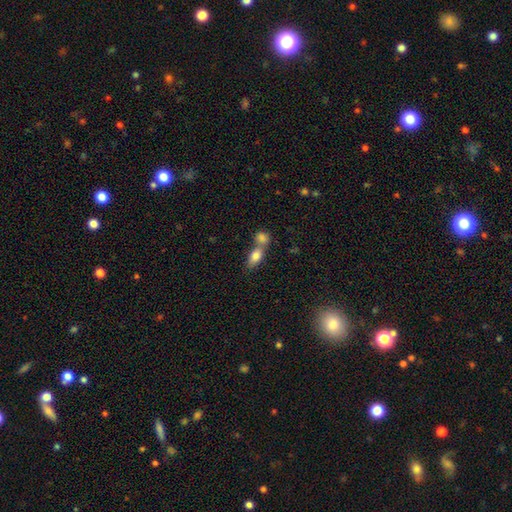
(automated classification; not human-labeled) Q: Smooth or featured?
A: smooth (81%); runner-up: featured or disk (12%)
Q: How rounded?
A: in between (82%); runner-up: round (11%)
Q: Merging?
A: merger (55%); runner-up: none (34%)